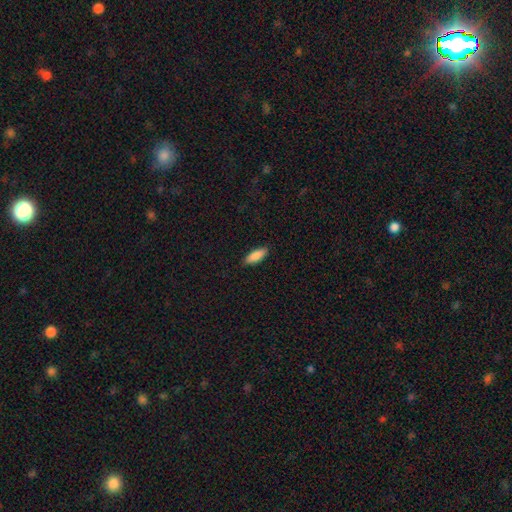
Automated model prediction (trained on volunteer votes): This is clearly a smooth galaxy (88%). How rounded: likely in between (69%). Merging: clearly none (87%).